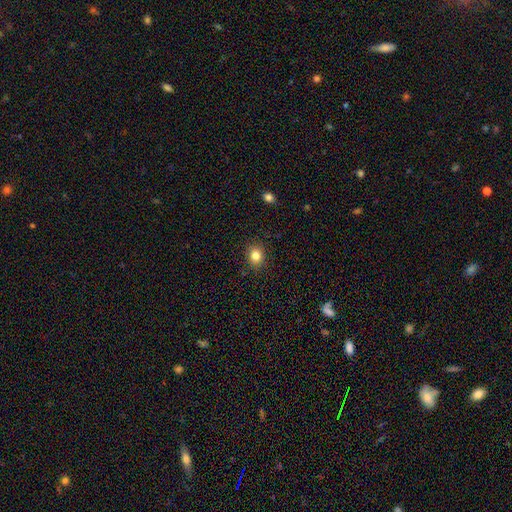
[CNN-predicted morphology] The model was most divided on "how rounded": round: 67%, in between: 32%, cigar-shaped: 1%. More confident: merging — none (89%); smooth or featured — smooth (83%).